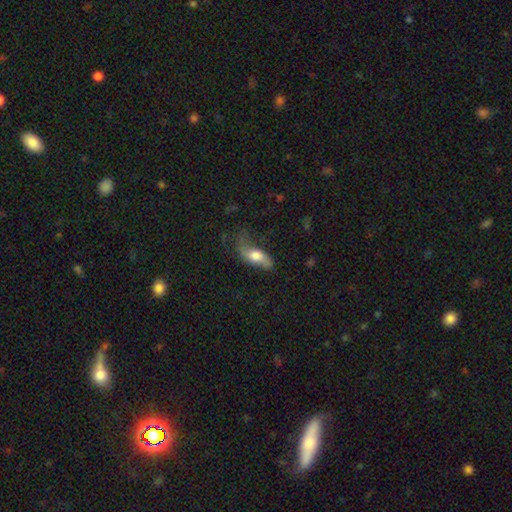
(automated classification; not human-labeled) The model was most divided on "merging": none: 43%, minor disturbance: 31%, major disturbance: 24%, merger: 3%. More confident: how rounded — in between (72%); smooth or featured — smooth (57%).